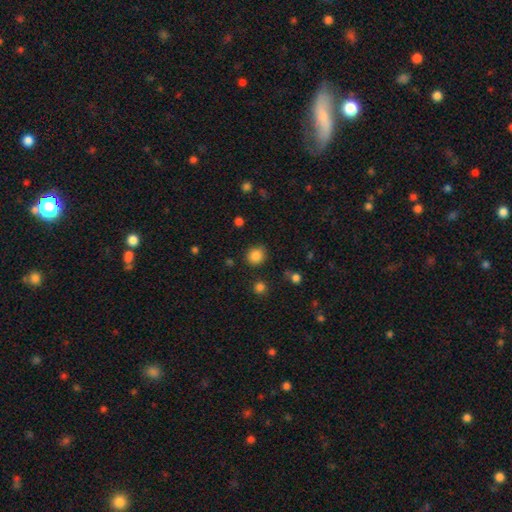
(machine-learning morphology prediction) Overall: smooth (85%). How rounded: round (85%). Merging: none (85%).